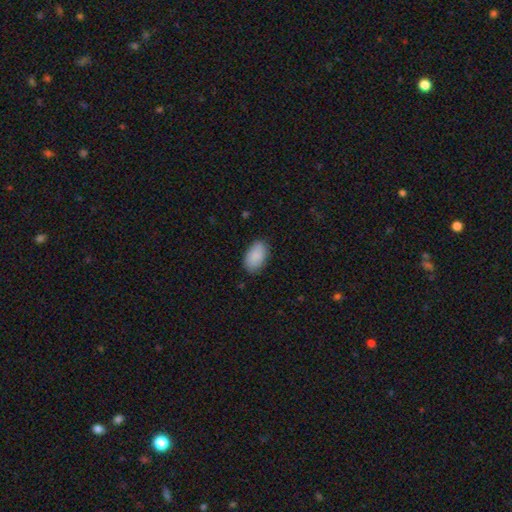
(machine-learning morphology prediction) A smooth galaxy with no disk features (89%) that is in between round and cigar-shaped (94%).

Vote fractions:
- Smooth or featured? smooth: 89% / star or artifact: 6% / featured or disk: 5%
- How rounded? in between: 94% / round: 5% / cigar-shaped: 1%
- Merging? none: 85% / minor disturbance: 12% / major disturbance: 3% / merger: 1%